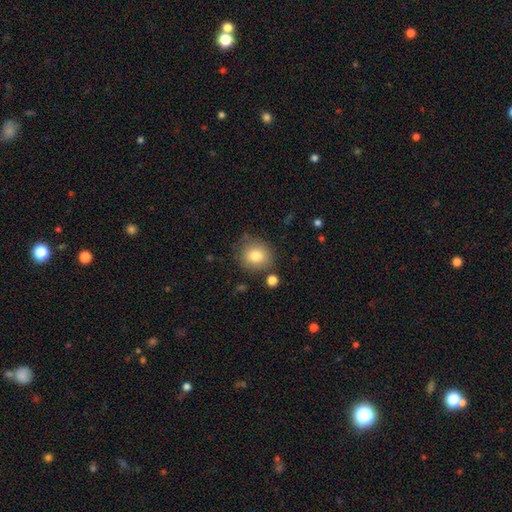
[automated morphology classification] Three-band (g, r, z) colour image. It shows a smooth galaxy with no disk features (81%) that is round (83%). Merging: none (78%).